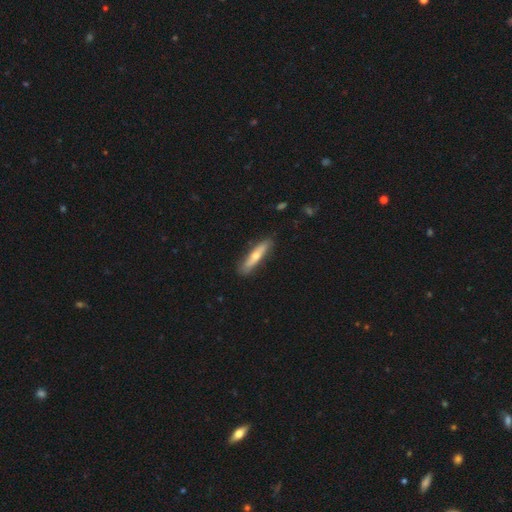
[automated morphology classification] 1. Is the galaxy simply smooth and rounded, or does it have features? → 53% smooth, 42% featured or disk, 6% star or artifact.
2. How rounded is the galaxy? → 82% cigar-shaped, 16% in between, 2% round.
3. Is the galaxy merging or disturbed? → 85% none, 11% minor disturbance, 2% major disturbance, 1% merger.